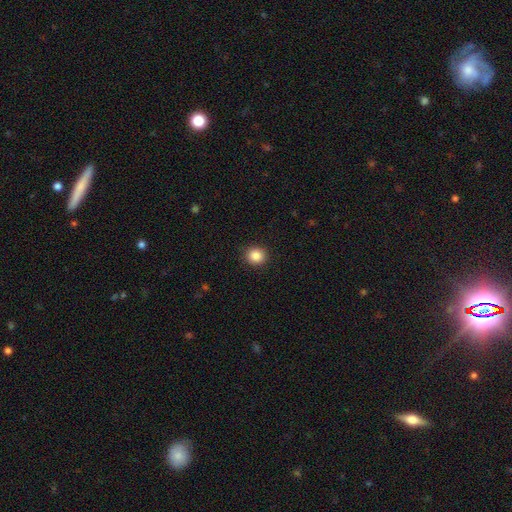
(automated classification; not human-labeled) Morphology: type=smooth (86%); roundness=round (87%); merging=none (91%).